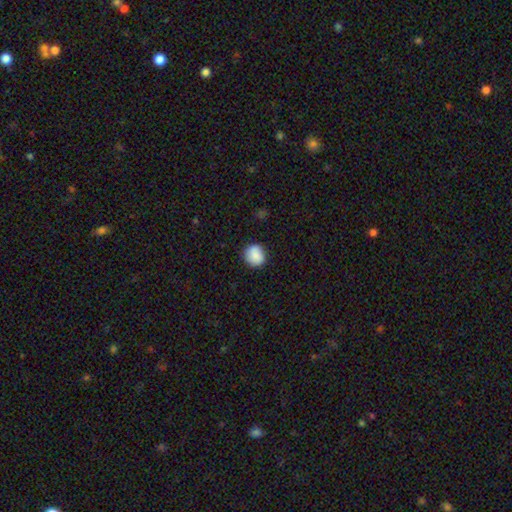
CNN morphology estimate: smooth-or-featured: smooth: 86% | star or artifact: 8% | featured or disk: 6%
  how-rounded: round: 84% | in between: 15% | cigar-shaped: 1%
  merging: none: 84% | minor disturbance: 12% | major disturbance: 3% | merger: 1%